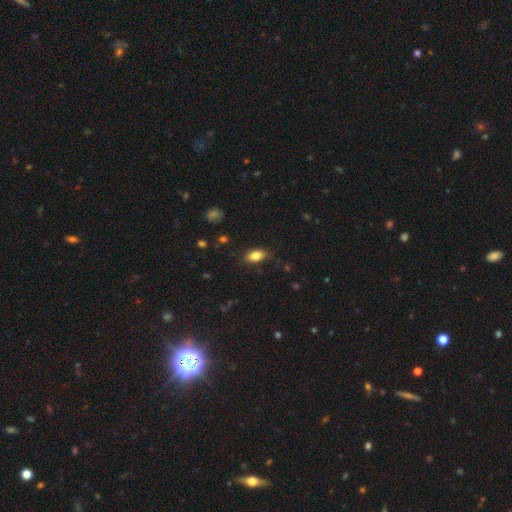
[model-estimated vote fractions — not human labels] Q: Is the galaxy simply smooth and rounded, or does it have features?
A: smooth — 83%.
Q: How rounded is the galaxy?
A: in between — 88%.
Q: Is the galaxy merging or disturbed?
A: none — 82%.